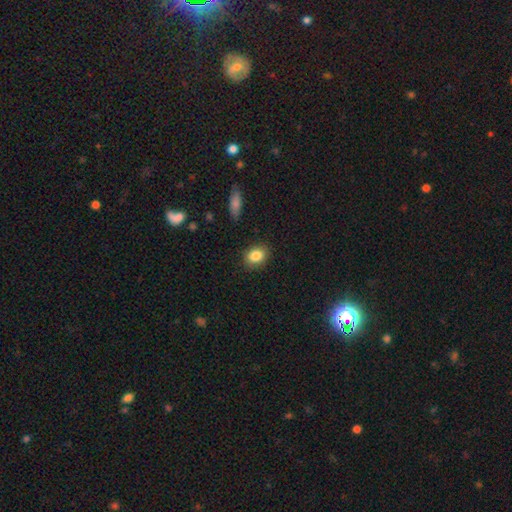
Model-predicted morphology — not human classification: Q: Smooth or featured?
A: smooth (86%); runner-up: star or artifact (8%)
Q: How rounded?
A: in between (62%); runner-up: round (37%)
Q: Merging?
A: none (86%); runner-up: minor disturbance (10%)